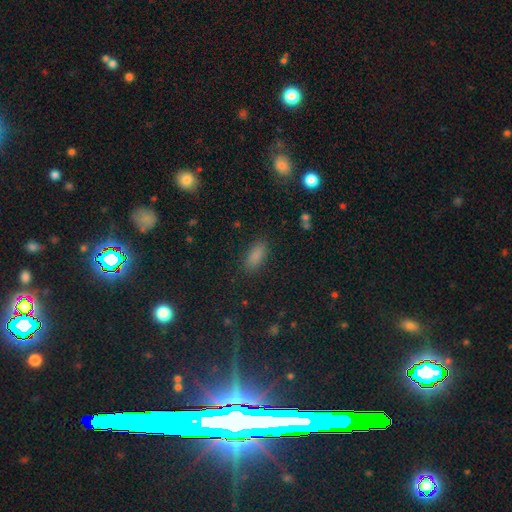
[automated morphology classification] smooth-or-featured: smooth: 83% | star or artifact: 12% | featured or disk: 4%
  how-rounded: in between: 84% | cigar-shaped: 12% | round: 3%
  merging: none: 87% | minor disturbance: 9% | major disturbance: 3% | merger: 1%